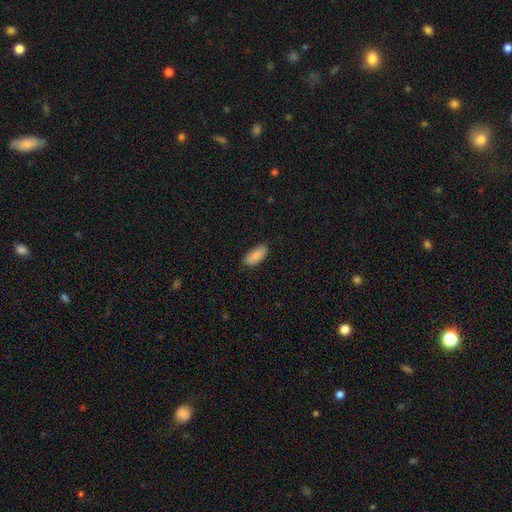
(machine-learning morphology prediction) A smooth galaxy with no disk features (88%) that is in between round and cigar-shaped (87%).

Vote fractions:
- Smooth or featured? smooth: 88% / featured or disk: 6% / star or artifact: 6%
- How rounded? in between: 87% / cigar-shaped: 11% / round: 2%
- Merging? none: 84% / minor disturbance: 13% / major disturbance: 2% / merger: 1%